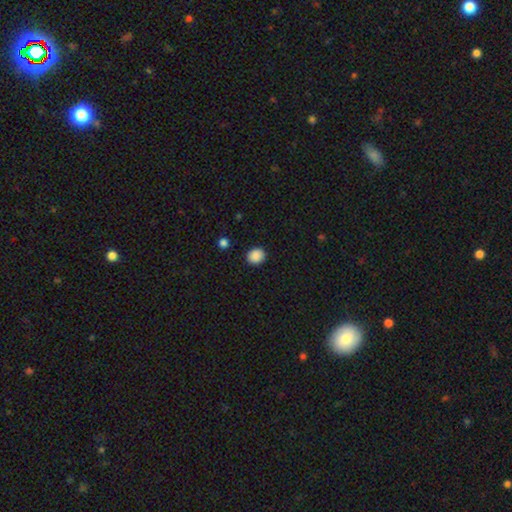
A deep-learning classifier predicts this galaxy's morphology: type=smooth (88%); roundness=round (71%); merging=none (90%).